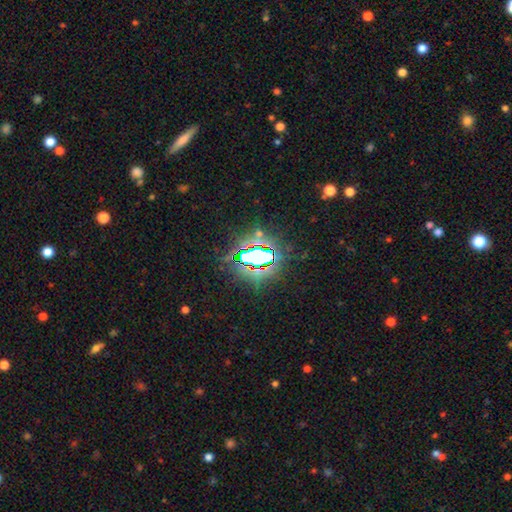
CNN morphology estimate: The model was most divided on "smooth or featured": star or artifact: 69%, smooth: 19%, featured or disk: 12%.